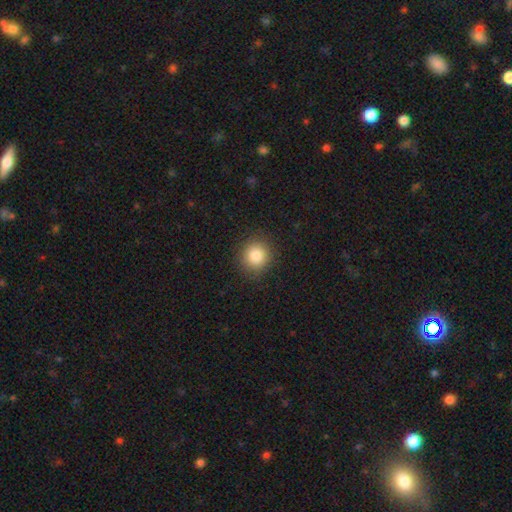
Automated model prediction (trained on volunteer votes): Smooth or featured: smooth — 85% (star or artifact — 10%)
How rounded: round — 90% (in between — 9%)
Merging: none — 90% (minor disturbance — 7%)